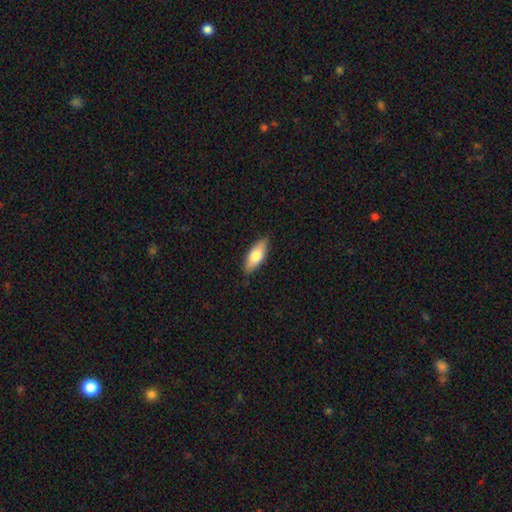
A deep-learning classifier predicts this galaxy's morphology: Smooth or featured? smooth (73%)
How rounded? in between (75%)
Merging? none (87%)